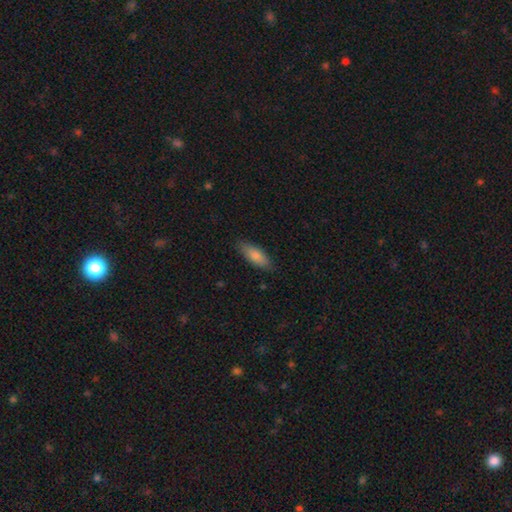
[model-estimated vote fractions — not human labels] This is clearly a smooth galaxy (82%). How rounded: likely in between (70%). Merging: clearly none (83%).